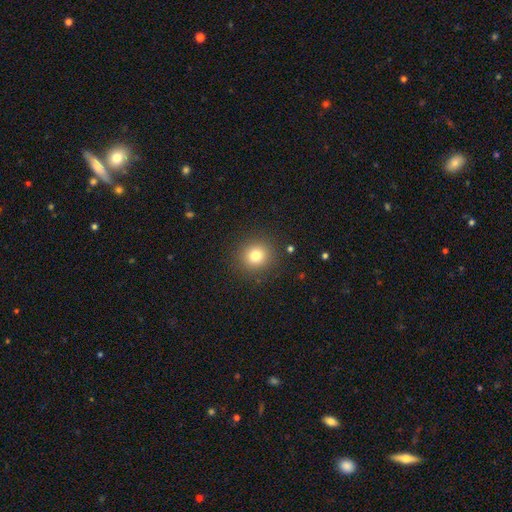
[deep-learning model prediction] smooth-or-featured: smooth: 79% | star or artifact: 13% | featured or disk: 8%
  how-rounded: round: 90% | in between: 9% | cigar-shaped: 1%
  merging: none: 90% | minor disturbance: 6% | major disturbance: 3% | merger: 1%